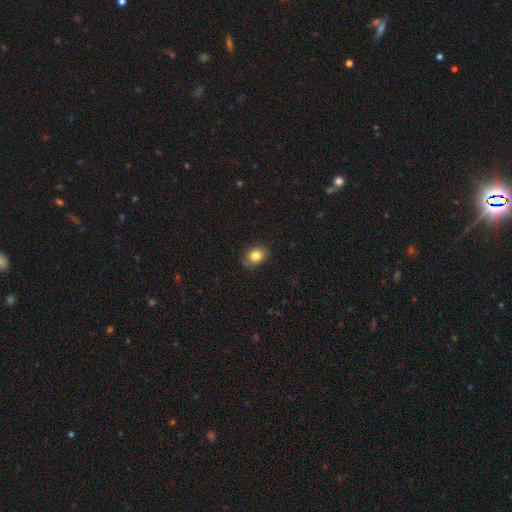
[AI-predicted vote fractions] Smooth or featured?
  - smooth: 82% *
  - star or artifact: 9%
  - featured or disk: 9%
How rounded?
  - in between: 63% *
  - round: 36%
  - cigar-shaped: 1%
Merging?
  - none: 78% *
  - minor disturbance: 18%
  - major disturbance: 3%
  - merger: 1%